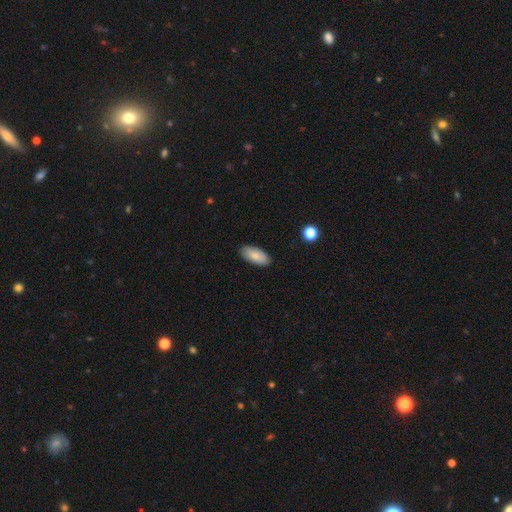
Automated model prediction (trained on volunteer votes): The model was most divided on "smooth or featured": smooth: 86%, featured or disk: 8%, star or artifact: 6%. More confident: how rounded — in between (92%); merging — none (89%).